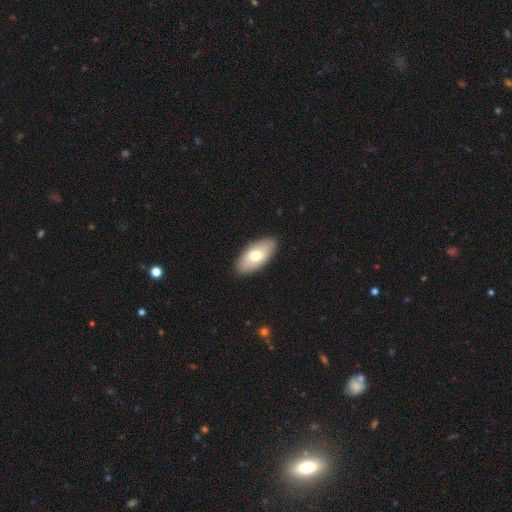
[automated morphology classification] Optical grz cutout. It shows a smooth galaxy with no disk features (73%) that is in between round and cigar-shaped (93%). Merging: none (89%).